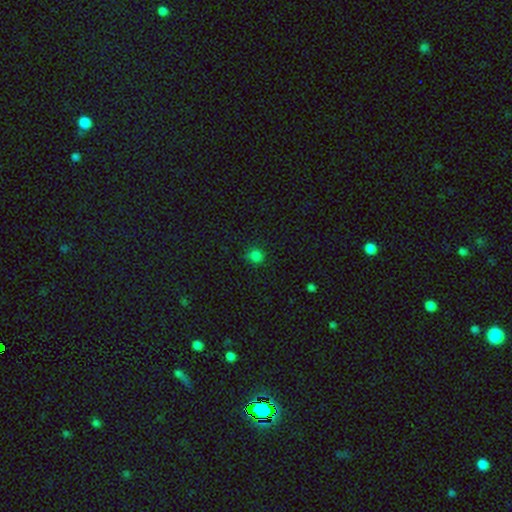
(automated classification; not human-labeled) This appears to be a smooth galaxy with no disk features (81%) that is round (90%). Merging: none (83%).